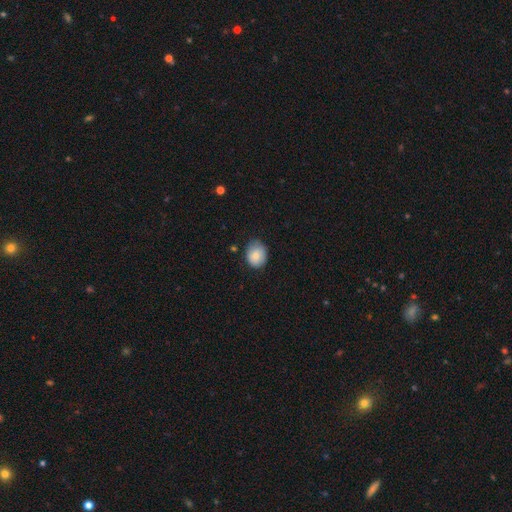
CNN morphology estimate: type=smooth (80%); roundness=round (53%); merging=none (73%).